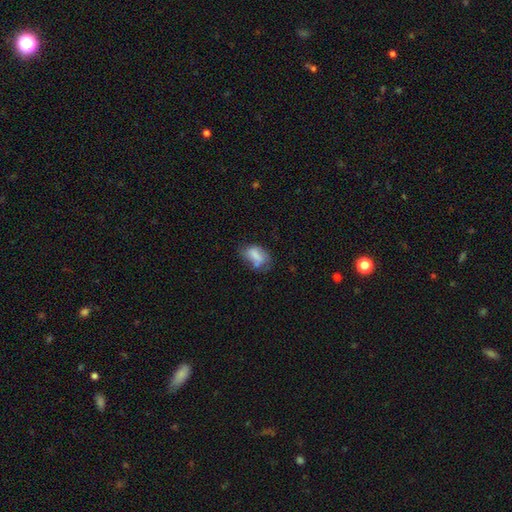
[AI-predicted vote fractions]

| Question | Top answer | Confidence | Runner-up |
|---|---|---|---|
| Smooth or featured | smooth | 65% | featured or disk (25%) |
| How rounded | in between | 86% | round (11%) |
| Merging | none | 41% | minor disturbance (33%) |